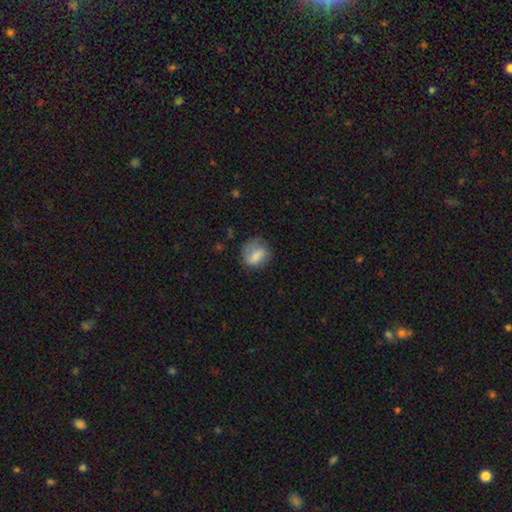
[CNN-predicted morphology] smooth 68%, featured or disk 24%, star or artifact 8%. Down the decision tree: how rounded — round (60%); merging — none (56%).